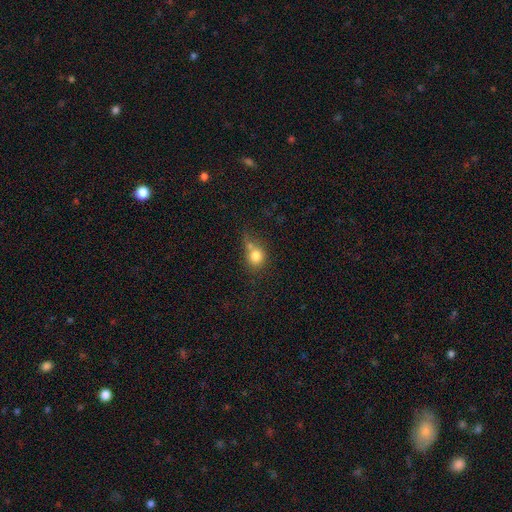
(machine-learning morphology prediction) A smooth galaxy with no disk features (78%) that is round (69%).

Vote fractions:
- Smooth or featured? smooth: 78% / featured or disk: 11% / star or artifact: 11%
- How rounded? round: 69% / in between: 30% / cigar-shaped: 1%
- Merging? none: 38% / merger: 34% / minor disturbance: 18% / major disturbance: 10%